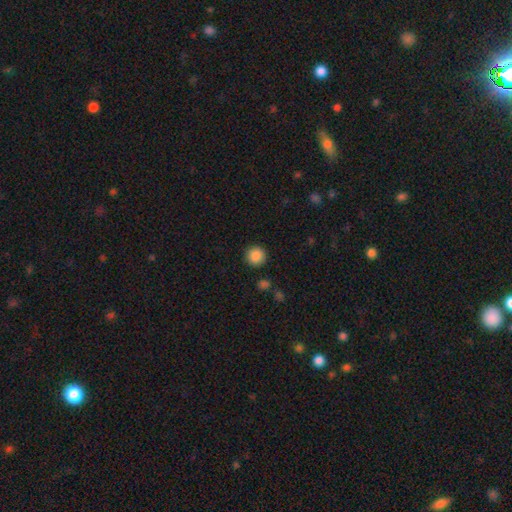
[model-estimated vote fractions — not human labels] This is clearly a smooth galaxy (88%). How rounded: clearly round (94%). Merging: clearly none (91%).